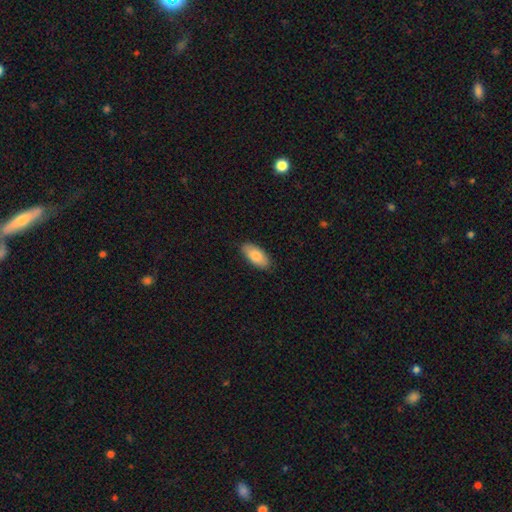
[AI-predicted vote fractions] A smooth galaxy with no disk features (82%) that is in between round and cigar-shaped (90%). Merging: none (86%).